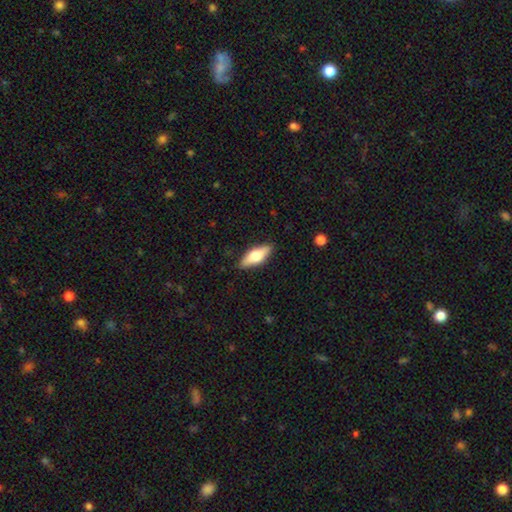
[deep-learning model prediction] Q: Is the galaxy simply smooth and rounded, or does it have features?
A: smooth — 55%.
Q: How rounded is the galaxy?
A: in between — 66%.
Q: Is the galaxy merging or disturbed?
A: none — 87%.